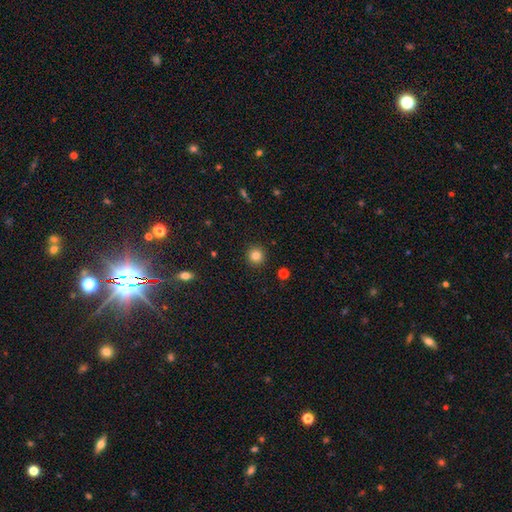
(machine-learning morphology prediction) A smooth galaxy with no disk features (83%) that is round (95%).

Vote fractions:
- Smooth or featured? smooth: 83% / star or artifact: 12% / featured or disk: 5%
- How rounded? round: 95% / in between: 4% / cigar-shaped: 1%
- Merging? none: 92% / minor disturbance: 5% / major disturbance: 2% / merger: 1%